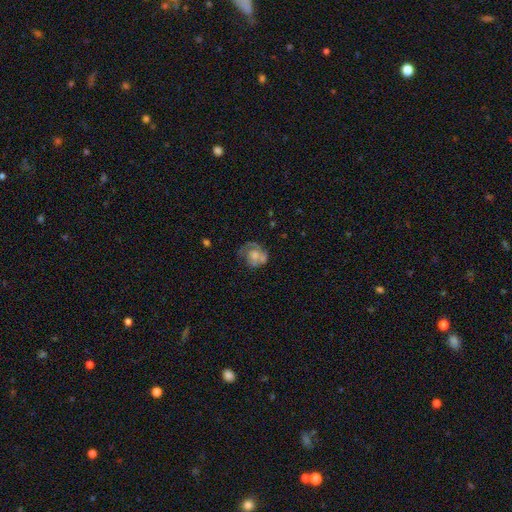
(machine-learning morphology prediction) A featured or disk galaxy (53%) with no bar (82%), spiral arms (56%) and a moderate central bulge (41%). Merging: none (46%).